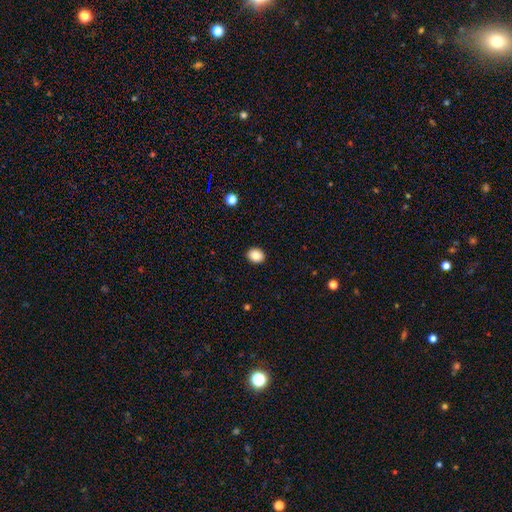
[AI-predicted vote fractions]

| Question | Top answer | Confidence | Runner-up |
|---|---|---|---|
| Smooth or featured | smooth | 86% | star or artifact (9%) |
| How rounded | round | 70% | in between (29%) |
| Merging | none | 92% | minor disturbance (5%) |